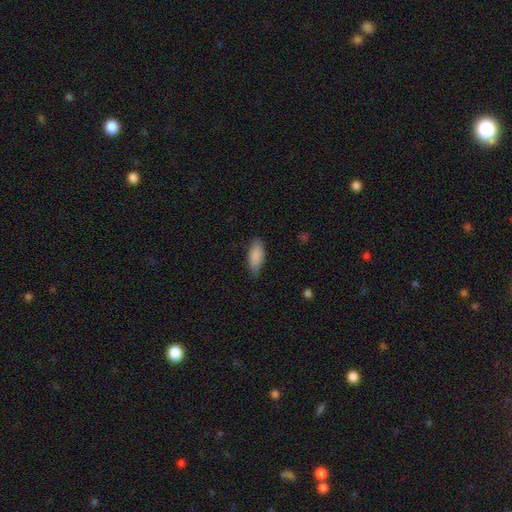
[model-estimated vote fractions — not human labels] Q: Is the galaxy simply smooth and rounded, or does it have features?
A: smooth — 88%.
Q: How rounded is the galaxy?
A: in between — 80%.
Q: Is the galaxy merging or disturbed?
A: none — 77%.